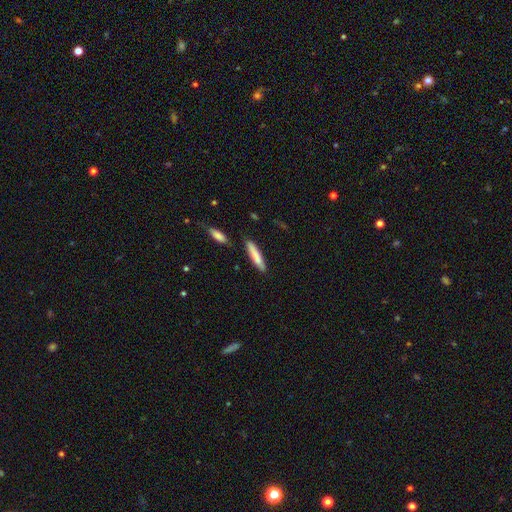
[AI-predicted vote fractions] The model was most divided on "smooth or featured": smooth: 80%, featured or disk: 15%, star or artifact: 6%. More confident: how rounded — cigar-shaped (86%); merging — none (82%).